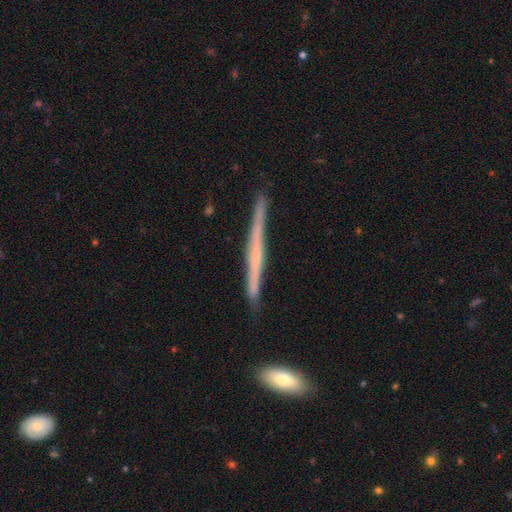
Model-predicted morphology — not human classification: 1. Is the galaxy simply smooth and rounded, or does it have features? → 63% featured or disk, 32% smooth, 6% star or artifact.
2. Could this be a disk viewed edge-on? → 98% yes, 2% no.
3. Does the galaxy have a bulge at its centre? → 76% none, 16% rounded, 8% boxy.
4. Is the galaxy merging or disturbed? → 85% none, 11% minor disturbance, 2% merger, 2% major disturbance.